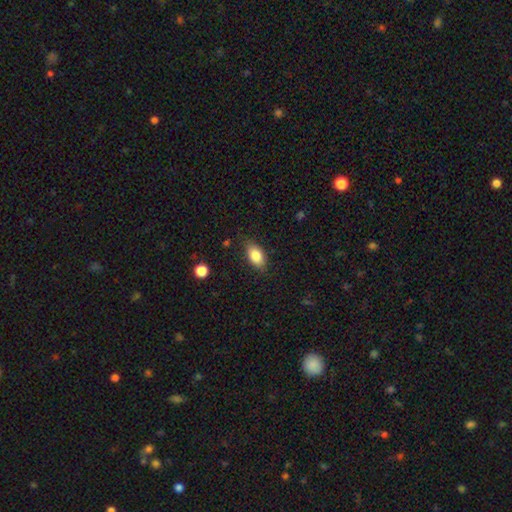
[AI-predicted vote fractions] smooth_or_featured: smooth (p=0.84) [alt: featured or disk p=0.08]
how_rounded: in between (p=0.89) [alt: round p=0.07]
merging: none (p=0.81) [alt: minor disturbance p=0.15]